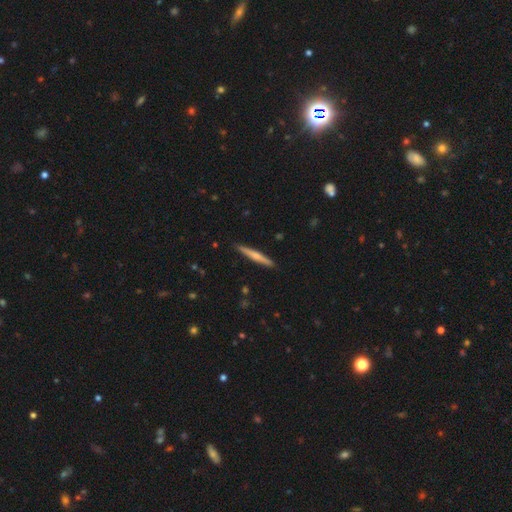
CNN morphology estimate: Smooth or featured? smooth (49%)
Merging? none (91%)